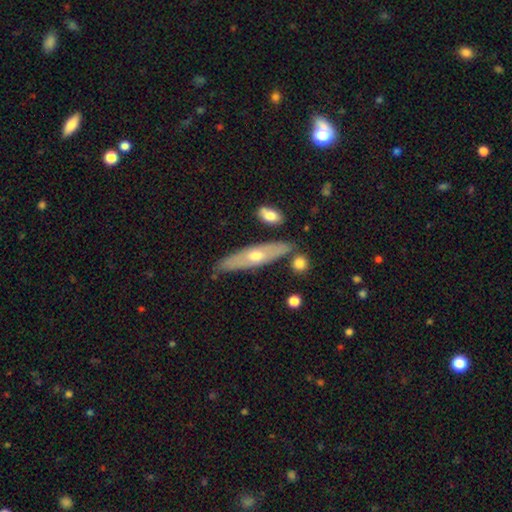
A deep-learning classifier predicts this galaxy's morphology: A featured or disk galaxy (56%) viewed edge-on (70%).

Vote fractions:
- Smooth or featured? featured or disk: 56% / smooth: 37% / star or artifact: 7%
- Edge-on disk? yes: 70% / no: 30%
- Merging? none: 80% / minor disturbance: 13% / merger: 5% / major disturbance: 3%